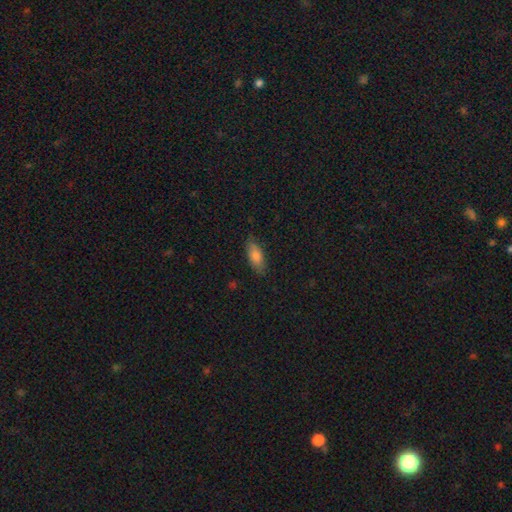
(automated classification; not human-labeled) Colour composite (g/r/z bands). It shows a smooth galaxy with no disk features (81%) that is in between round and cigar-shaped (79%). Merging: none (83%).